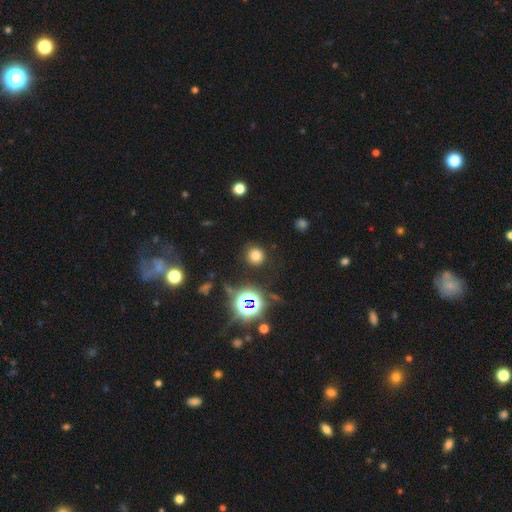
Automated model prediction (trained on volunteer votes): Smooth or featured? smooth (71%)
How rounded? round (92%)
Merging? none (87%)